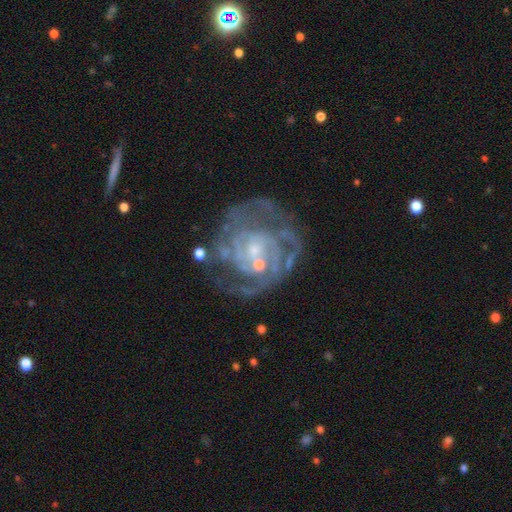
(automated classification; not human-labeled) A featured or disk galaxy (88%) with no bar (62%), tight (62%) spiral arms (94%) and a small central bulge (64%). Merging: none (61%).